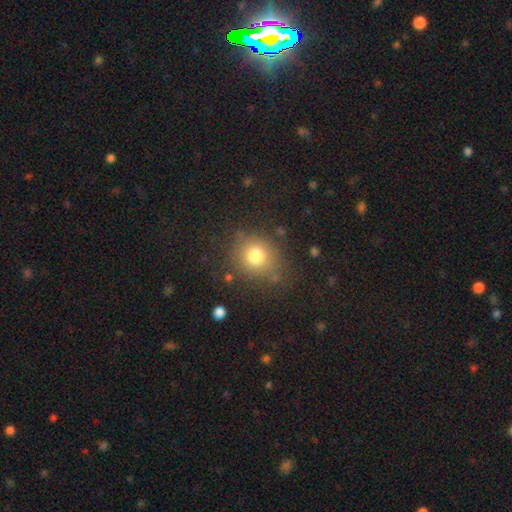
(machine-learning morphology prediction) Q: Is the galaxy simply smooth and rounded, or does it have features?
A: smooth — 77%.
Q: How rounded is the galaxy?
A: round — 85%.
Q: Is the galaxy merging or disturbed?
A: none — 78%.